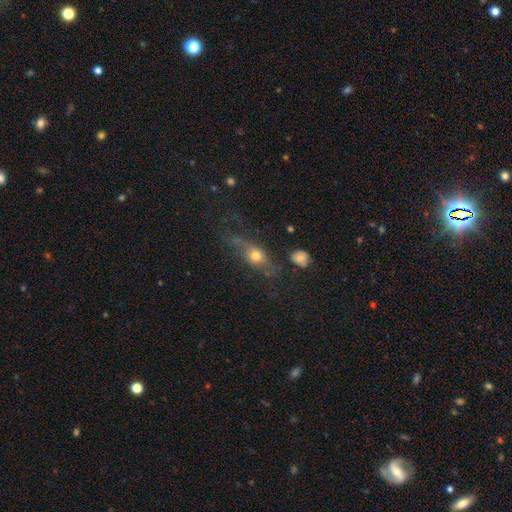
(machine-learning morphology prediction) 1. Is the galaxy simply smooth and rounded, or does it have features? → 57% smooth, 28% featured or disk, 15% star or artifact.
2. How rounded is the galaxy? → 48% in between, 29% round, 23% cigar-shaped.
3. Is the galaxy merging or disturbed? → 45% none, 28% major disturbance, 21% minor disturbance, 6% merger.